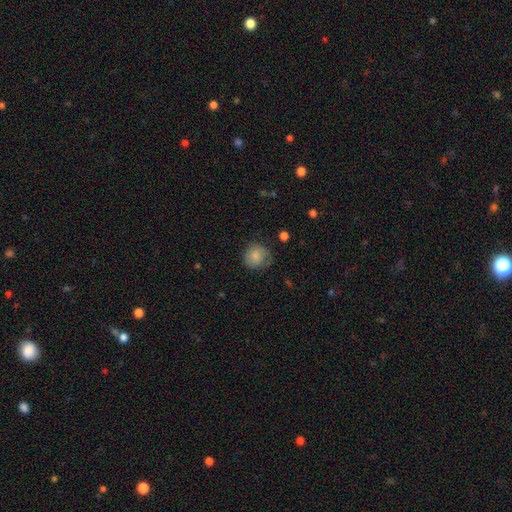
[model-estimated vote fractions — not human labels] A smooth galaxy with no disk features (81%) that is round (87%). Merging: none (70%).